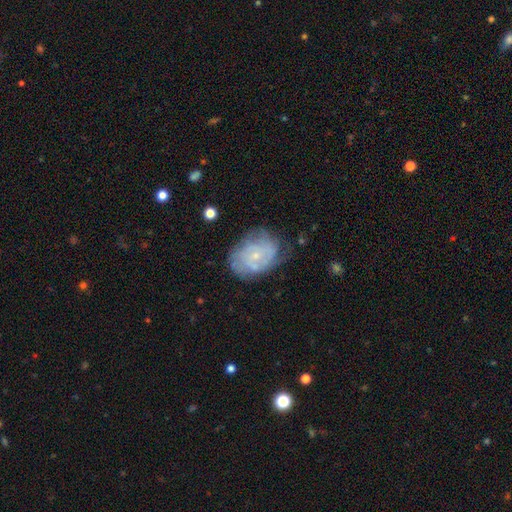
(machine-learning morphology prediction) The model was most divided on "merging": none: 59%, minor disturbance: 26%, major disturbance: 12%, merger: 3%. More confident: edge-on disk — no (97%); spiral arms — yes (79%); bulge size — small (77%); bar — no (76%); smooth or featured — featured or disk (69%); spiral winding — tight (63%); spiral arm count — can't tell (54%).